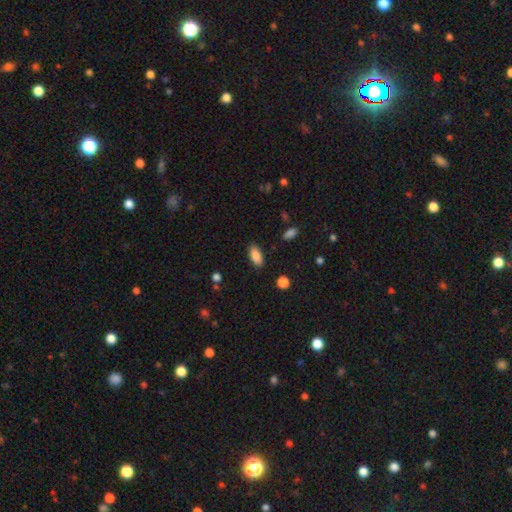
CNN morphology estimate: smooth_or_featured: smooth (p=0.87) [alt: star or artifact p=0.07]
how_rounded: in between (p=0.86) [alt: cigar-shaped p=0.11]
merging: none (p=0.86) [alt: minor disturbance p=0.10]